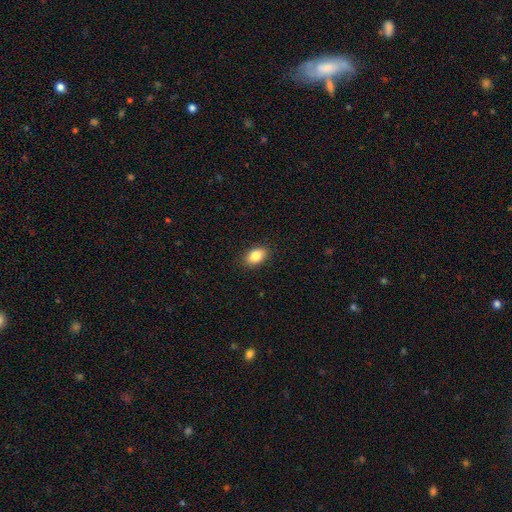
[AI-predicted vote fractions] Overall: smooth (86%). How rounded: in between (88%). Merging: none (89%).